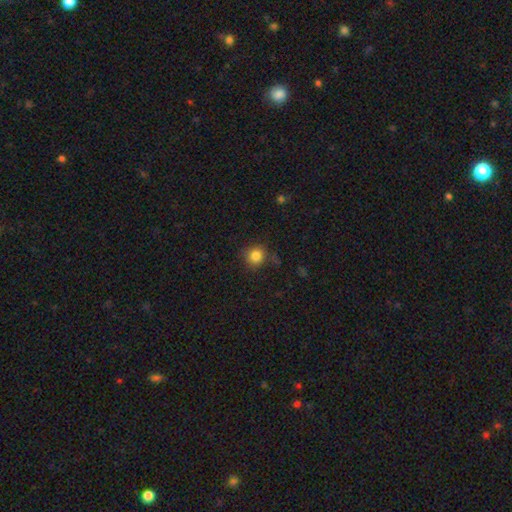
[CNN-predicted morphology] Overall: smooth (84%). How rounded: round (90%). Merging: none (81%).